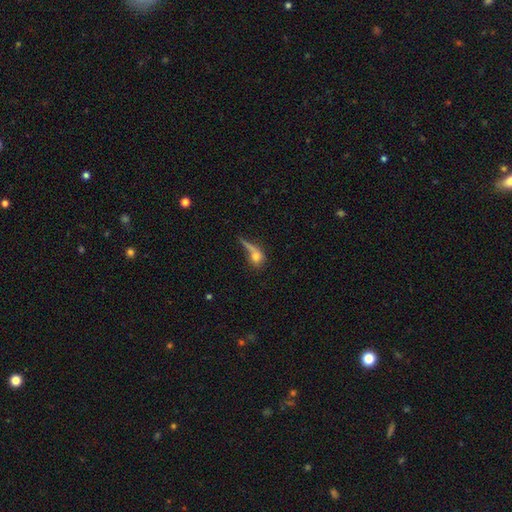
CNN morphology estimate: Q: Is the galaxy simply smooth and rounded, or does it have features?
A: smooth — 66%.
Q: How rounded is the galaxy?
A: round — 51%.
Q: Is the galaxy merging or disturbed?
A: none — 37%.